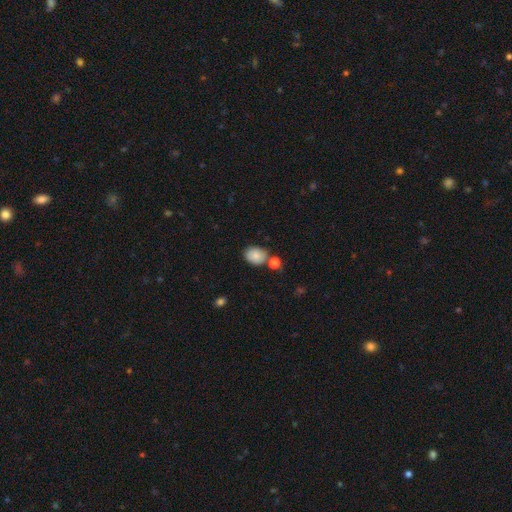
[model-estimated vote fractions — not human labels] Smooth or featured?
  - smooth: 83% *
  - featured or disk: 9%
  - star or artifact: 9%
How rounded?
  - in between: 58% *
  - round: 41%
  - cigar-shaped: 1%
Merging?
  - none: 69% *
  - merger: 14%
  - minor disturbance: 14%
  - major disturbance: 3%